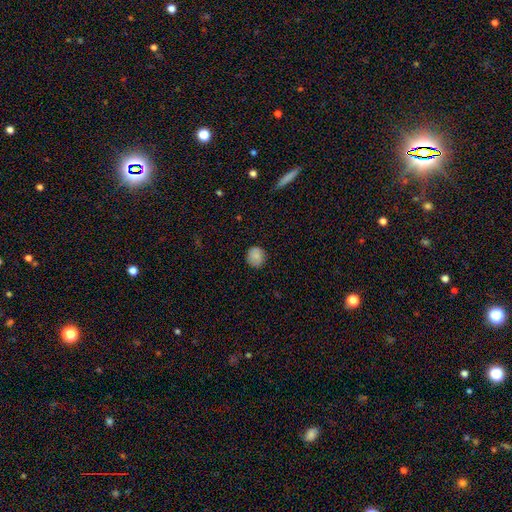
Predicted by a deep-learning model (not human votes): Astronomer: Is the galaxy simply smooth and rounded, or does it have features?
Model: smooth — 85%.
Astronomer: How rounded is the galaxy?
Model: round — 83%.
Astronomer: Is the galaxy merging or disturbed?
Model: none — 85%.